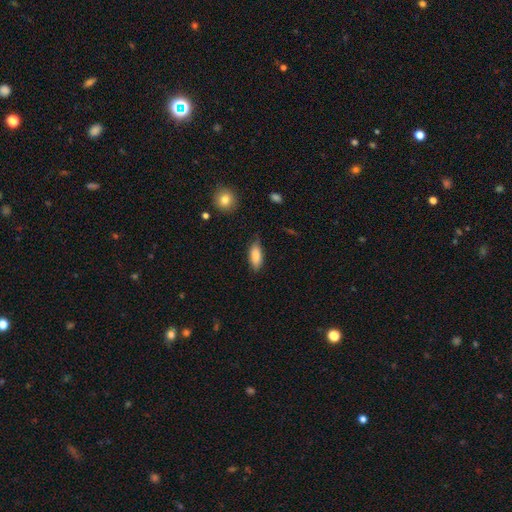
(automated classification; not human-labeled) smooth_or_featured: smooth (p=0.84) [alt: featured or disk p=0.09]
how_rounded: in between (p=0.79) [alt: cigar-shaped p=0.18]
merging: none (p=0.74) [alt: minor disturbance p=0.21]